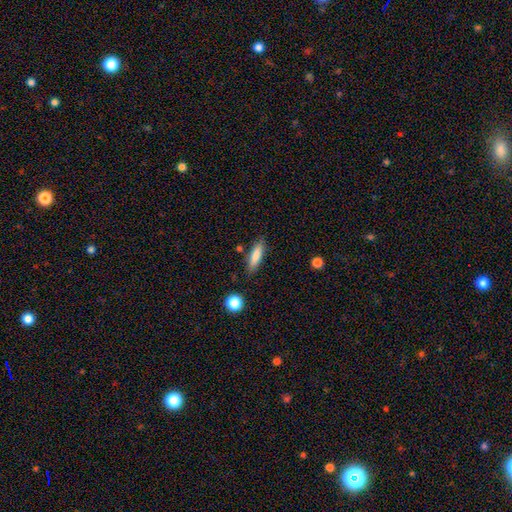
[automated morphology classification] The model was most divided on "how rounded": cigar-shaped: 61%, in between: 37%, round: 2%. More confident: merging — none (82%); smooth or featured — smooth (81%).